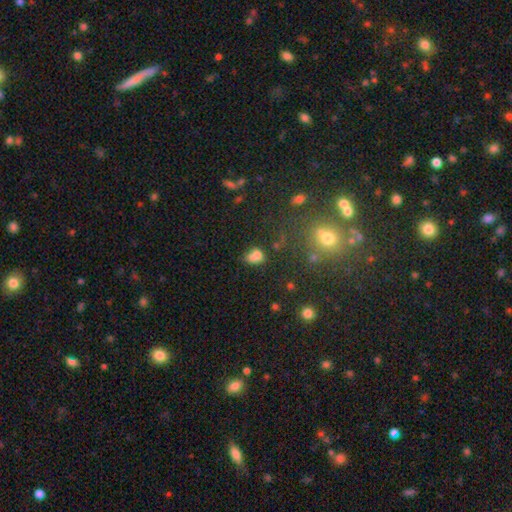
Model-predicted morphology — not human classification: The model was most divided on "merging": merger: 47%, none: 32%, minor disturbance: 13%, major disturbance: 8%. More confident: smooth or featured — smooth (69%); how rounded — in between (60%).